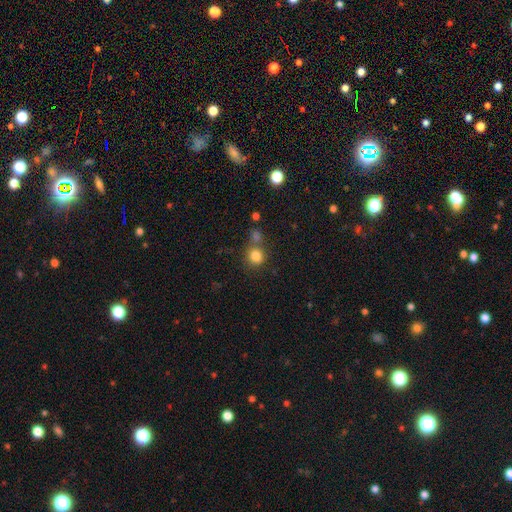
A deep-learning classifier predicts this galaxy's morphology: Smooth or featured? Predicted: smooth (p=0.81). How rounded? Predicted: round (p=0.81). Merging? Predicted: none (p=0.60).